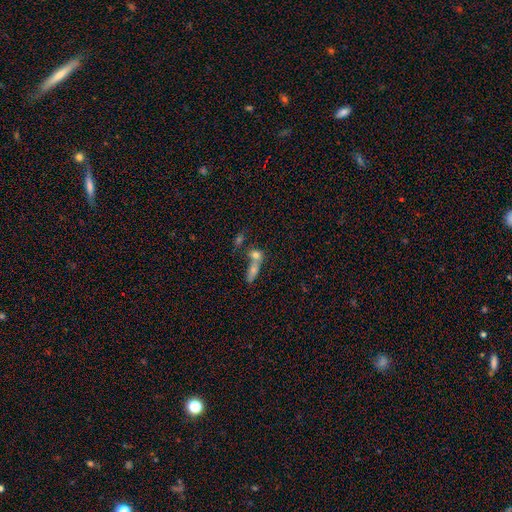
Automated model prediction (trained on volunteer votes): Smooth or featured?
  - smooth: 71% *
  - featured or disk: 17%
  - star or artifact: 12%
How rounded?
  - in between: 49% *
  - round: 39%
  - cigar-shaped: 13%
Merging?
  - merger: 57% *
  - none: 29%
  - minor disturbance: 8%
  - major disturbance: 6%